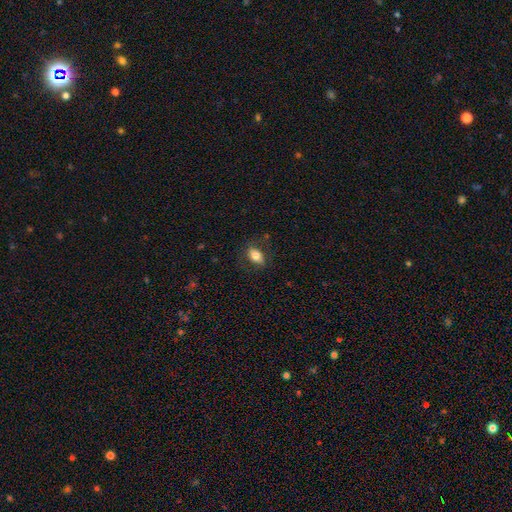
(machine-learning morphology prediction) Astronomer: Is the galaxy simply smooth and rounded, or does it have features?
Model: smooth — 78%.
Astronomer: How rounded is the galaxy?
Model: in between — 86%.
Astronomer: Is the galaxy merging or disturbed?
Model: none — 78%.